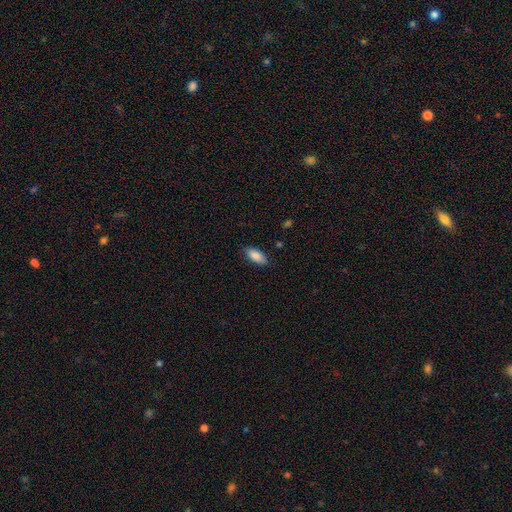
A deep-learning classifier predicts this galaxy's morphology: smooth-or-featured: smooth: 87% | featured or disk: 7% | star or artifact: 6%
  how-rounded: in between: 83% | cigar-shaped: 15% | round: 2%
  merging: none: 85% | minor disturbance: 12% | major disturbance: 2% | merger: 1%